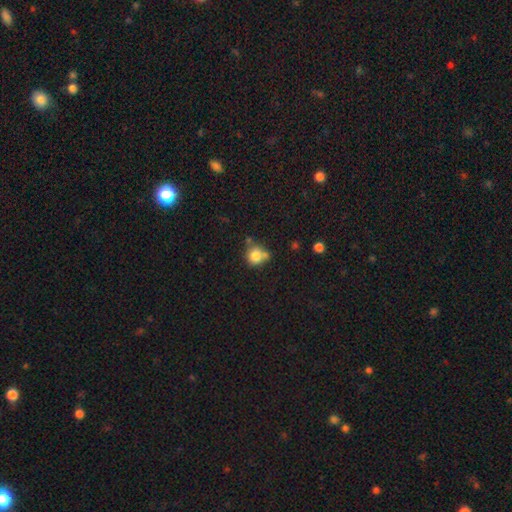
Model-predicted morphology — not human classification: Q: Smooth or featured?
A: smooth (80%); runner-up: star or artifact (11%)
Q: How rounded?
A: round (87%); runner-up: in between (12%)
Q: Merging?
A: none (55%); runner-up: merger (25%)